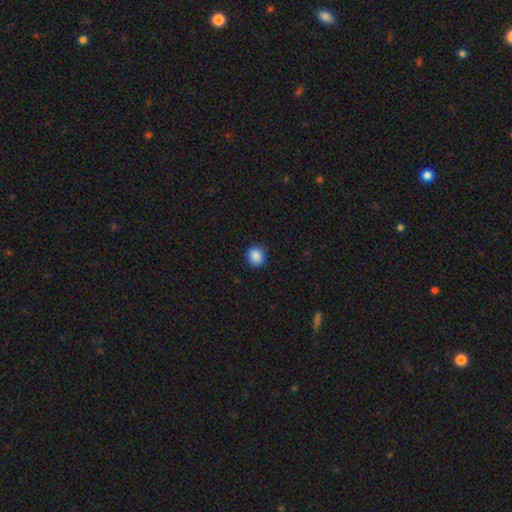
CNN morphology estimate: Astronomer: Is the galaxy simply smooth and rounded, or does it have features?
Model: smooth — 88%.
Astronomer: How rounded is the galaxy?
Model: round — 84%.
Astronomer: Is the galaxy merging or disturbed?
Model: none — 89%.